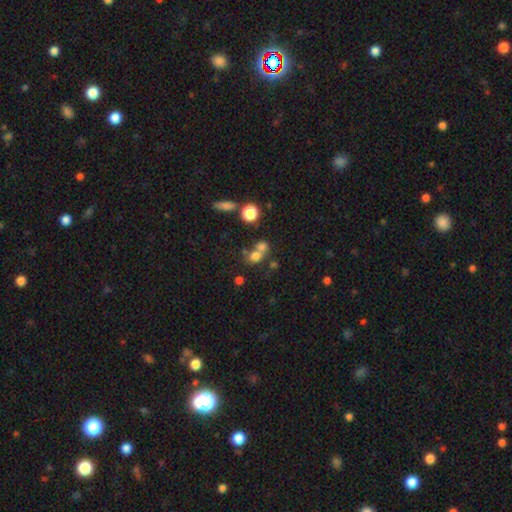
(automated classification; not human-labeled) A smooth galaxy with no disk features (69%) that is round (74%). Merging: merger (50%).